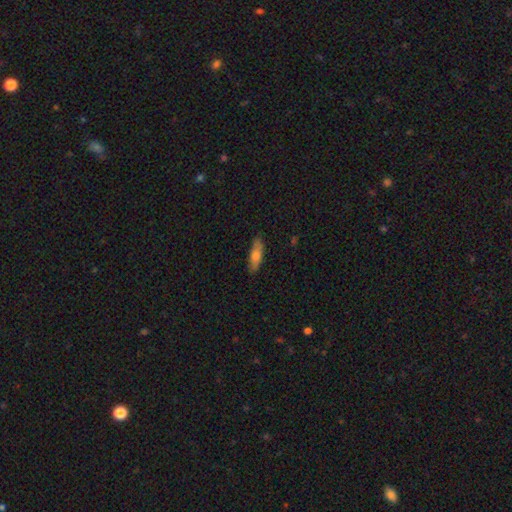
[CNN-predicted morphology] This is likely a smooth galaxy (68%). How rounded: possibly cigar-shaped (53%). Merging: clearly none (85%).